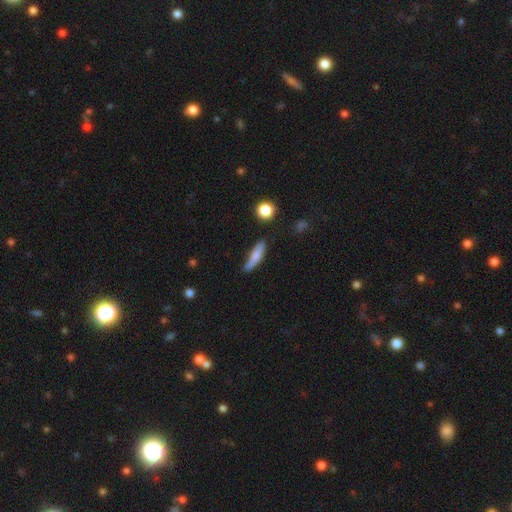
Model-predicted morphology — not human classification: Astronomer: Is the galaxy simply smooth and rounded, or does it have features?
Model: smooth — 74%.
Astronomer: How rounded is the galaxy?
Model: cigar-shaped — 70%.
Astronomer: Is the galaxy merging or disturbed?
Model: none — 55% (runner-up: minor disturbance, 30%).